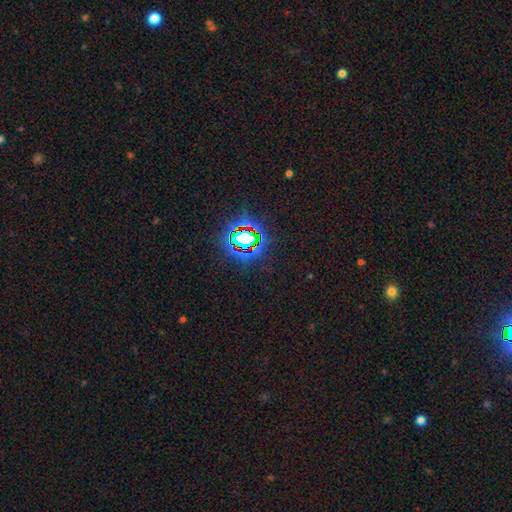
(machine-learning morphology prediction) Q: Smooth or featured?
A: star or artifact (80%); runner-up: smooth (13%)